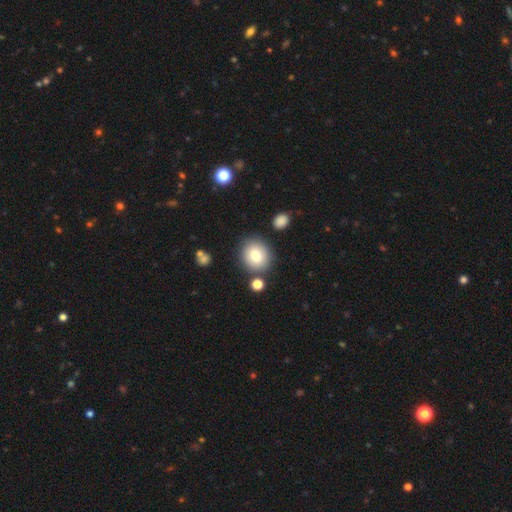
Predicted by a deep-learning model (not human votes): Q: Smooth or featured?
A: smooth (79%); runner-up: featured or disk (12%)
Q: How rounded?
A: round (79%); runner-up: in between (20%)
Q: Merging?
A: none (80%); runner-up: minor disturbance (10%)